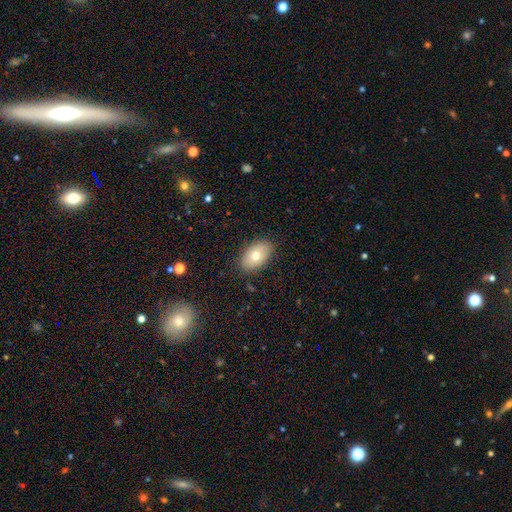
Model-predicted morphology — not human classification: Q: Smooth or featured?
A: smooth (74%); runner-up: featured or disk (18%)
Q: How rounded?
A: in between (91%); runner-up: round (7%)
Q: Merging?
A: none (86%); runner-up: minor disturbance (10%)